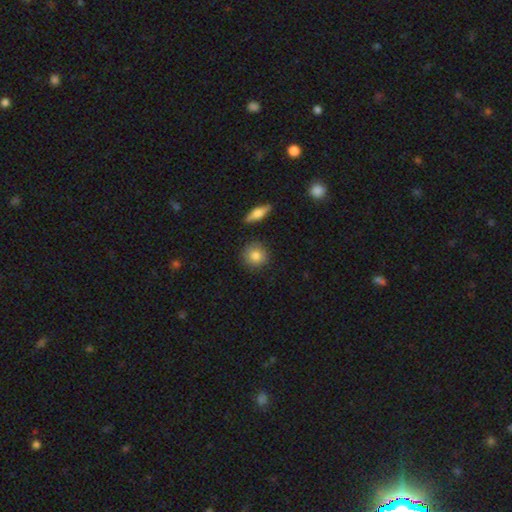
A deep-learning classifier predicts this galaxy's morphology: Smooth or featured: smooth — 83% (featured or disk — 10%)
How rounded: round — 89% (in between — 10%)
Merging: none — 86% (minor disturbance — 9%)